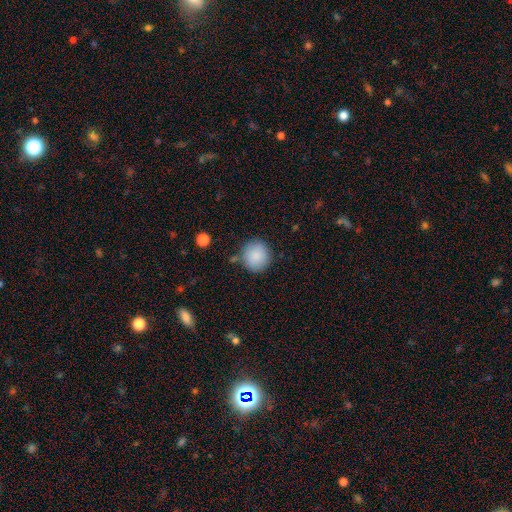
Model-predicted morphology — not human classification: The model was most divided on "merging": none: 81%, minor disturbance: 12%, merger: 4%, major disturbance: 3%. More confident: how rounded — round (91%); smooth or featured — smooth (88%).